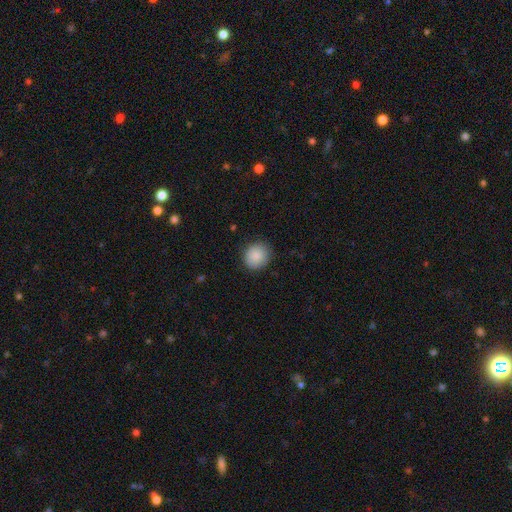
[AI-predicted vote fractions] smooth-or-featured: smooth: 88% | star or artifact: 7% | featured or disk: 5%
  how-rounded: round: 83% | in between: 16% | cigar-shaped: 1%
  merging: none: 86% | minor disturbance: 10% | major disturbance: 3% | merger: 1%